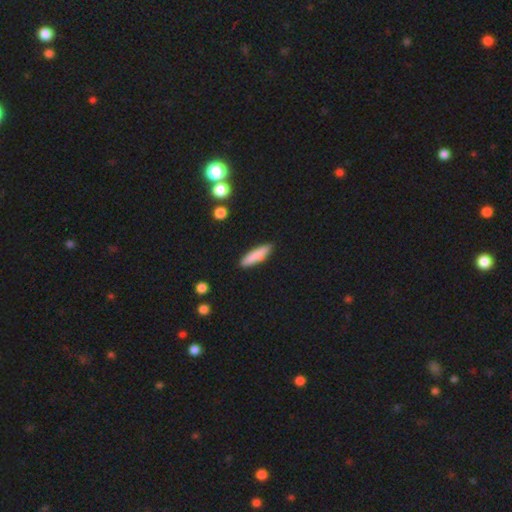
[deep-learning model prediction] Smooth or featured? Predicted: smooth (p=0.83). How rounded? Predicted: cigar-shaped (p=0.73). Merging? Predicted: none (p=0.87).